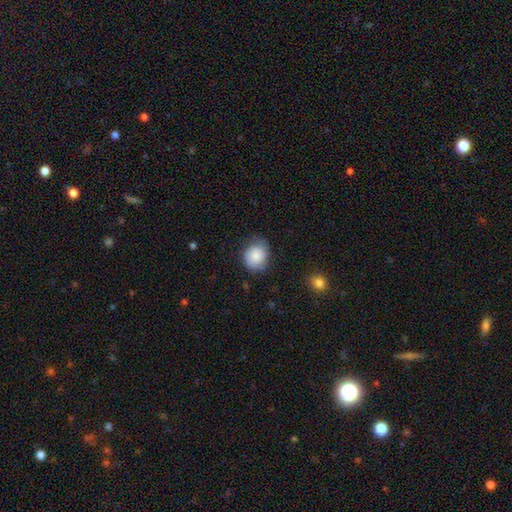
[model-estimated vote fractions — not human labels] A smooth galaxy with no disk features (84%) that is round (54%).

Vote fractions:
- Smooth or featured? smooth: 84% / featured or disk: 9% / star or artifact: 7%
- How rounded? round: 54% / in between: 45% / cigar-shaped: 1%
- Merging? none: 69% / minor disturbance: 24% / major disturbance: 6% / merger: 1%